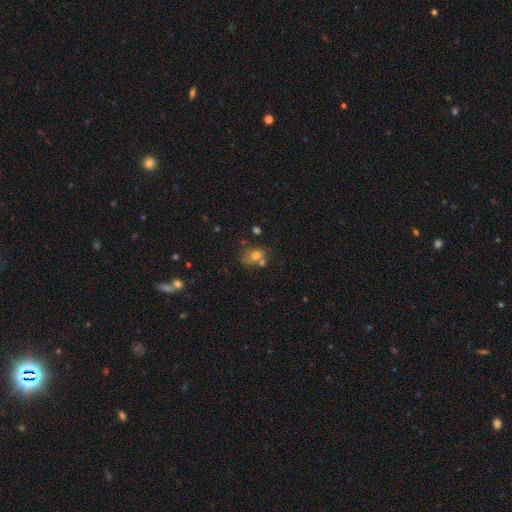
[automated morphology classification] Smooth or featured?
  - smooth: 71% *
  - featured or disk: 16%
  - star or artifact: 14%
How rounded?
  - round: 58% *
  - in between: 41%
  - cigar-shaped: 1%
Merging?
  - none: 49% *
  - merger: 29%
  - minor disturbance: 16%
  - major disturbance: 6%